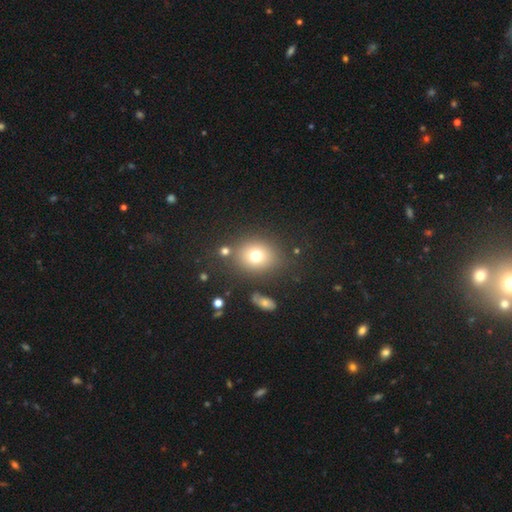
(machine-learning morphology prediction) type=smooth (74%); roundness=round (63%); merging=none (78%).